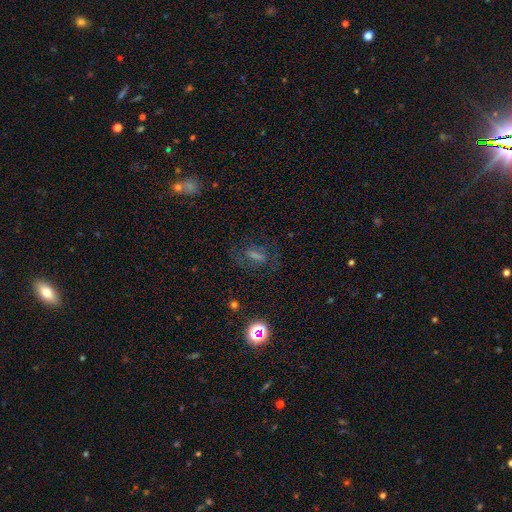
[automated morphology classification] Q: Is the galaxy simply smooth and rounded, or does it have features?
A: smooth — 43%.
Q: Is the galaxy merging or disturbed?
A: none — 67%.